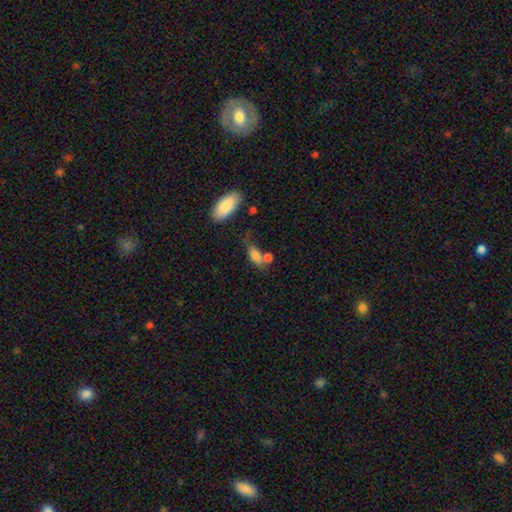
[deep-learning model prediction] Smooth or featured? Predicted: smooth (p=0.79). How rounded? Predicted: in between (p=0.77). Merging? Predicted: none (p=0.39).